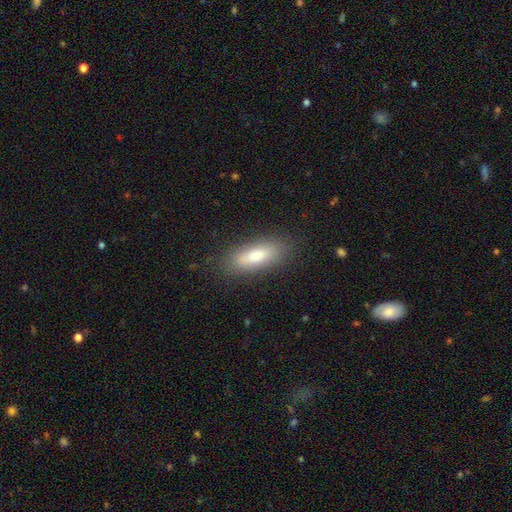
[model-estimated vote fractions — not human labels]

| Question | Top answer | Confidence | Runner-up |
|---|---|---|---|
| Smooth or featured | smooth | 77% | featured or disk (16%) |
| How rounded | in between | 64% | cigar-shaped (34%) |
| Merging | none | 85% | minor disturbance (11%) |